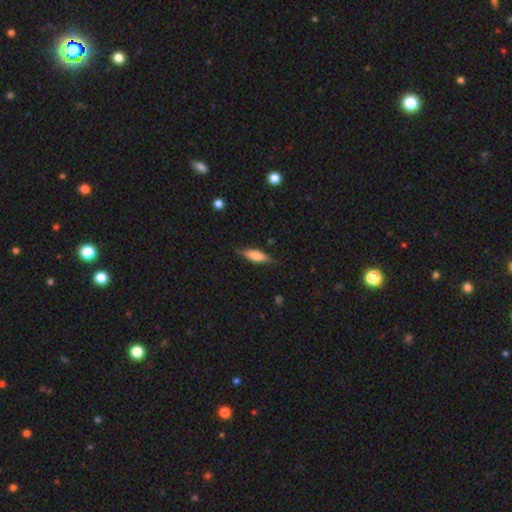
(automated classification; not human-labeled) Morphology: type=smooth (60%); roundness=cigar-shaped (50%); merging=none (81%).